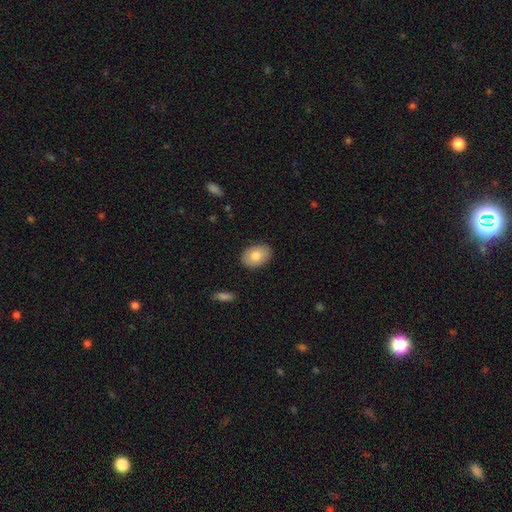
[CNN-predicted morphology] Smooth or featured? smooth (79%)
How rounded? in between (79%)
Merging? none (88%)